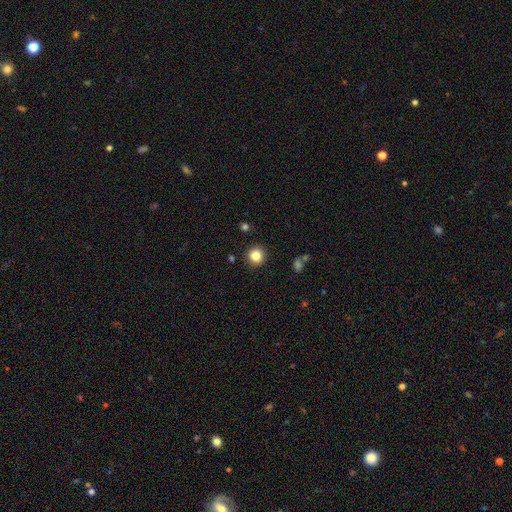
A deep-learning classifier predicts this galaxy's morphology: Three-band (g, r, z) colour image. It shows a smooth galaxy with no disk features (84%) that is round (92%). Merging: none (91%).